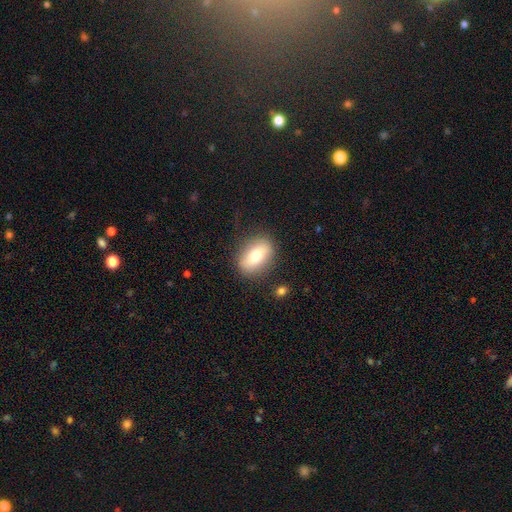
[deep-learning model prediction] Q: Smooth or featured?
A: smooth (71%); runner-up: featured or disk (21%)
Q: How rounded?
A: in between (81%); runner-up: round (15%)
Q: Merging?
A: none (83%); runner-up: minor disturbance (11%)